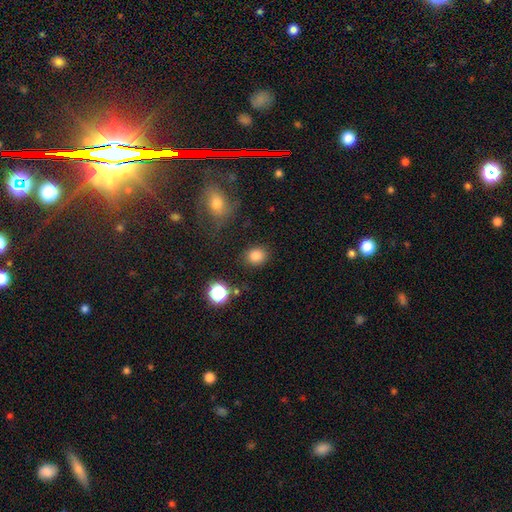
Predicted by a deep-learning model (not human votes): Morphology: type=smooth (83%); roundness=round (66%); merging=none (84%).